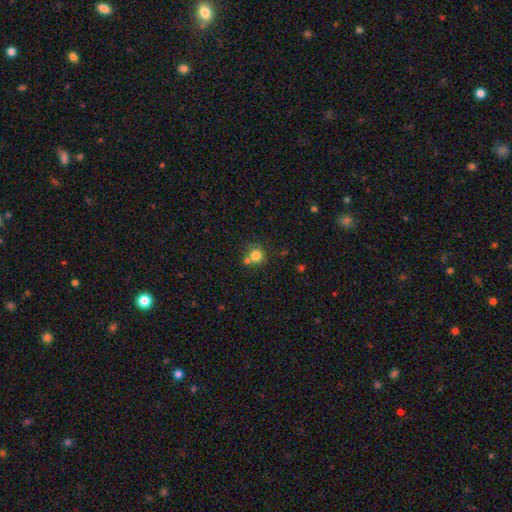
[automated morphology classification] Q: Smooth or featured?
A: smooth (79%); runner-up: star or artifact (11%)
Q: How rounded?
A: round (89%); runner-up: in between (10%)
Q: Merging?
A: none (54%); runner-up: merger (31%)